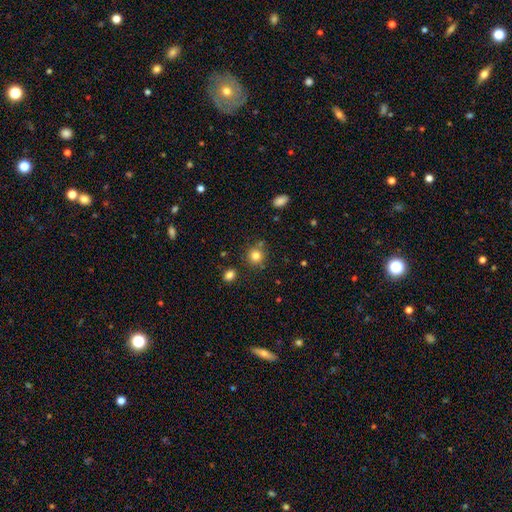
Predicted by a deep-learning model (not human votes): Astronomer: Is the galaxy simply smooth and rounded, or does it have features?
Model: smooth — 82%.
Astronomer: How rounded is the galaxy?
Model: round — 90%.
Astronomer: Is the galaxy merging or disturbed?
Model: none — 79%.